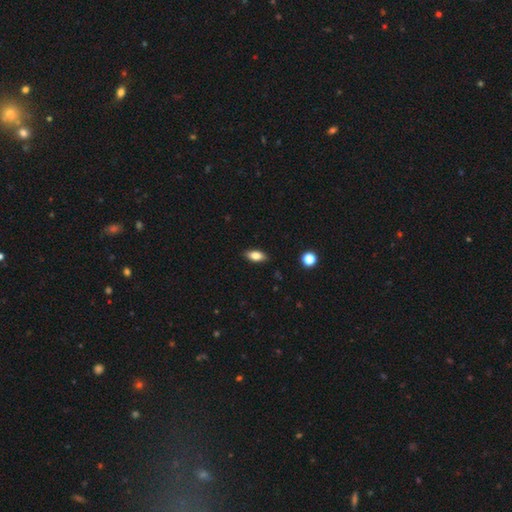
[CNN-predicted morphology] Q: Smooth or featured?
A: smooth (80%); runner-up: featured or disk (12%)
Q: How rounded?
A: in between (86%); runner-up: cigar-shaped (10%)
Q: Merging?
A: none (88%); runner-up: minor disturbance (9%)